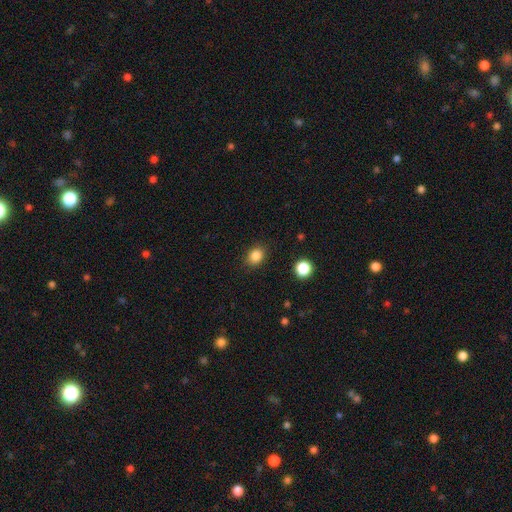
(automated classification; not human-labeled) A smooth galaxy with no disk features (85%) that is in between round and cigar-shaped (50%). Merging: none (87%).